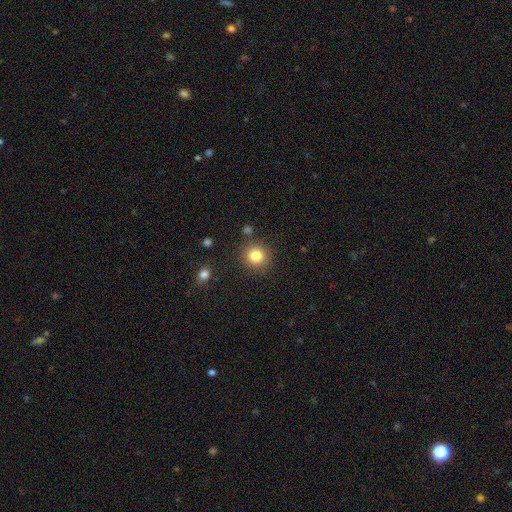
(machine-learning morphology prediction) A smooth galaxy with no disk features (83%) that is round (92%). Merging: none (86%).